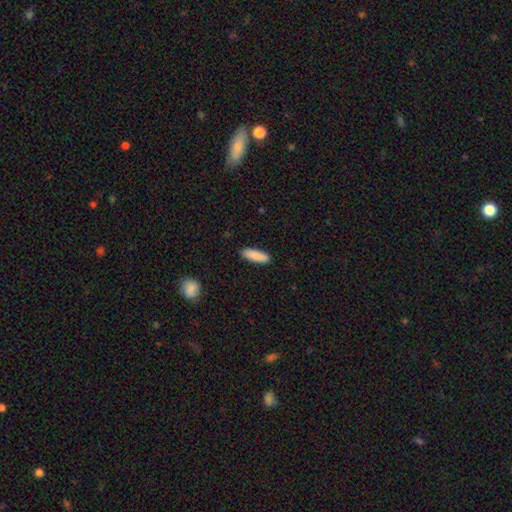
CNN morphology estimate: smooth-or-featured: smooth: 88% | featured or disk: 6% | star or artifact: 6%
  how-rounded: in between: 50% | cigar-shaped: 48% | round: 2%
  merging: none: 88% | minor disturbance: 9% | major disturbance: 2% | merger: 1%